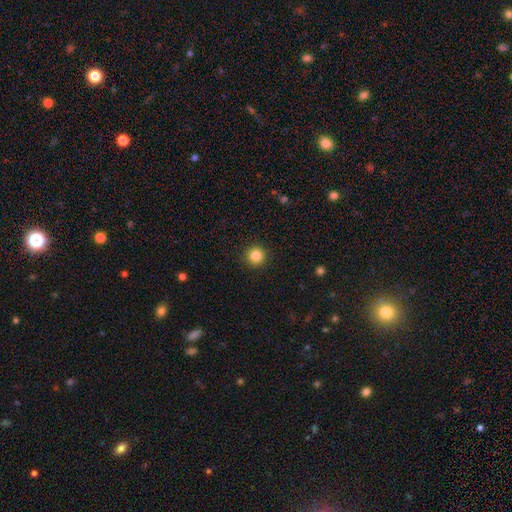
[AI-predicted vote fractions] Morphology: type=smooth (85%); roundness=round (96%); merging=none (93%).